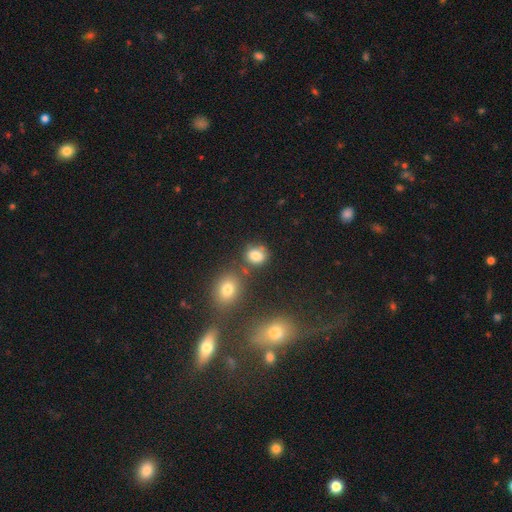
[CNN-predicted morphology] Smooth or featured? Predicted: smooth (p=0.79). How rounded? Predicted: round (p=0.58). Merging? Predicted: none (p=0.65).